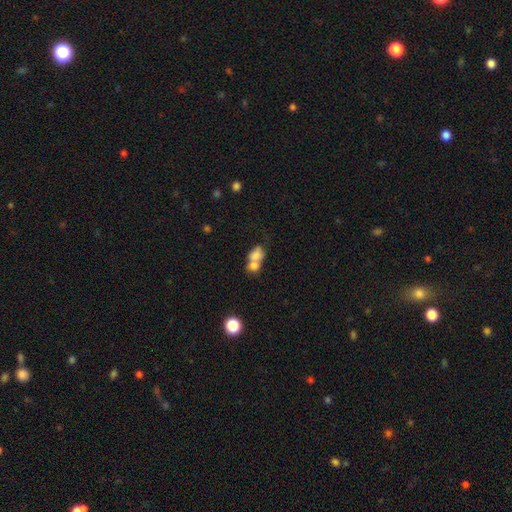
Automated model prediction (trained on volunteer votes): smooth-or-featured: smooth: 74% | featured or disk: 16% | star or artifact: 10%
  how-rounded: in between: 61% | round: 37% | cigar-shaped: 2%
  merging: merger: 71% | none: 18% | minor disturbance: 6% | major disturbance: 4%